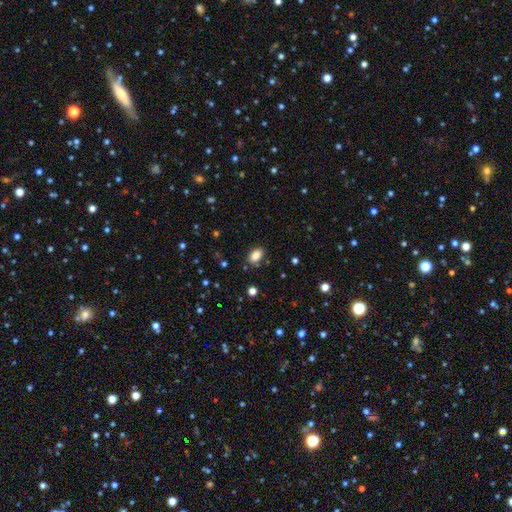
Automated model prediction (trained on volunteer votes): Smooth or featured? Predicted: smooth (p=0.87). How rounded? Predicted: in between (p=0.89). Merging? Predicted: none (p=0.85).